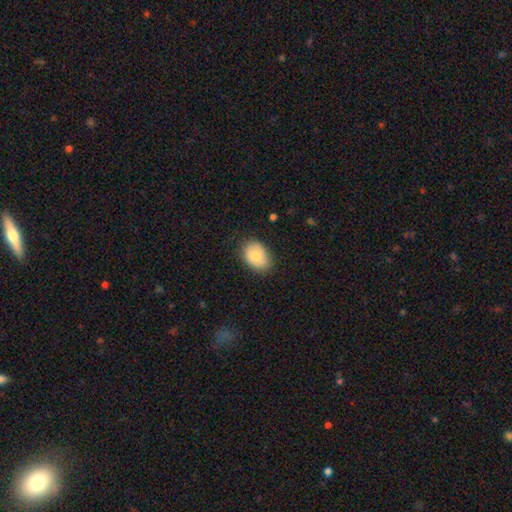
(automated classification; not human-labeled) A smooth galaxy with no disk features (77%) that is in between round and cigar-shaped (76%).

Vote fractions:
- Smooth or featured? smooth: 77% / featured or disk: 16% / star or artifact: 7%
- How rounded? in between: 76% / round: 24% / cigar-shaped: 1%
- Merging? none: 75% / minor disturbance: 20% / major disturbance: 4% / merger: 1%